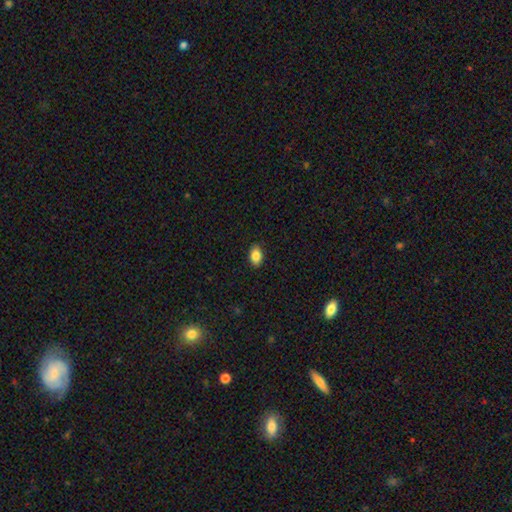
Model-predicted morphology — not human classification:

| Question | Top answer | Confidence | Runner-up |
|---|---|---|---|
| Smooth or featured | smooth | 85% | star or artifact (8%) |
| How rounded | in between | 87% | round (12%) |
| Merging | none | 88% | minor disturbance (9%) |